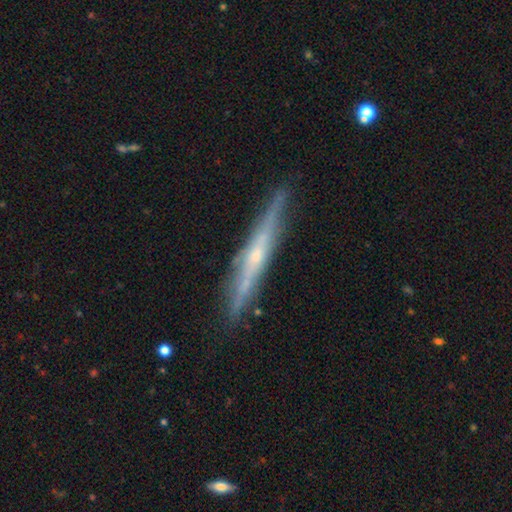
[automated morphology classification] This is likely a featured or disk galaxy (73%). It is clearly viewed edge-on (95%). Edge-on bulge: possibly rounded (55%). Merging: clearly none (86%).